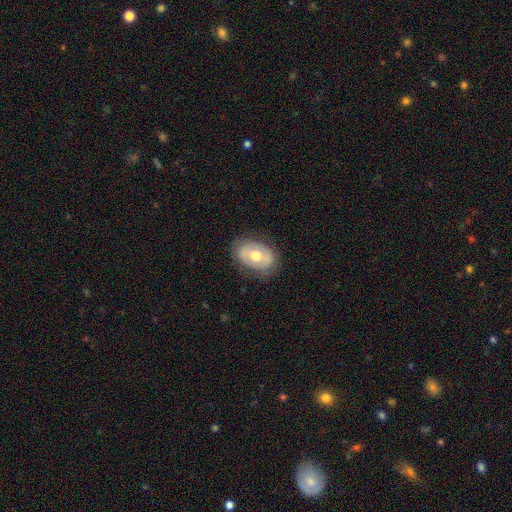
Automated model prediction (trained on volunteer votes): Smooth or featured?
  - featured or disk: 48% *
  - smooth: 46%
  - star or artifact: 6%
Merging?
  - none: 78% *
  - minor disturbance: 16%
  - major disturbance: 5%
  - merger: 1%